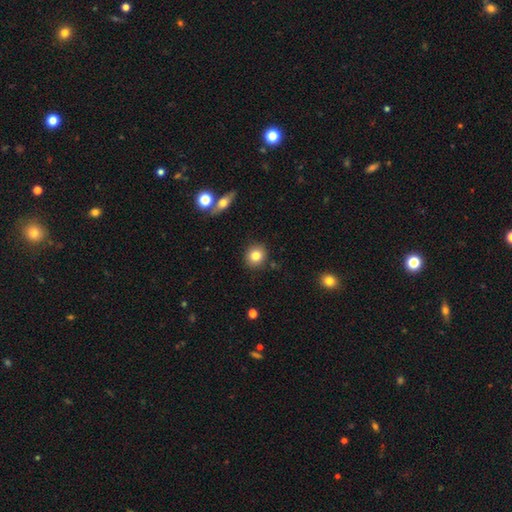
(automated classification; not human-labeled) The model was most divided on "how rounded": round: 84%, in between: 15%, cigar-shaped: 1%. More confident: merging — none (88%); smooth or featured — smooth (81%).